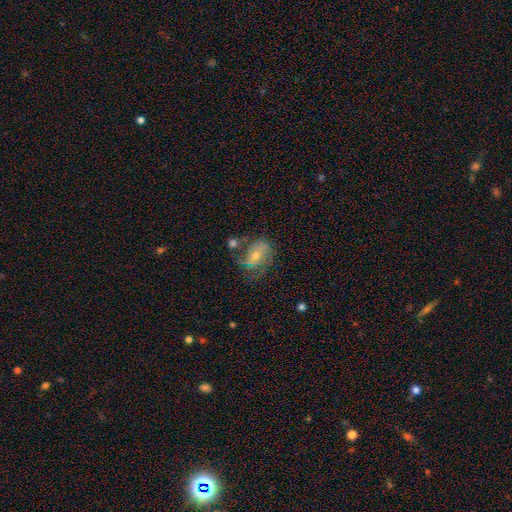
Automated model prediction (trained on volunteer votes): smooth-or-featured: featured or disk: 51% | smooth: 39% | star or artifact: 10%
  disk-edge-on: no: 96% | yes: 4%
  merging: none: 45% | minor disturbance: 25% | major disturbance: 19% | merger: 10%